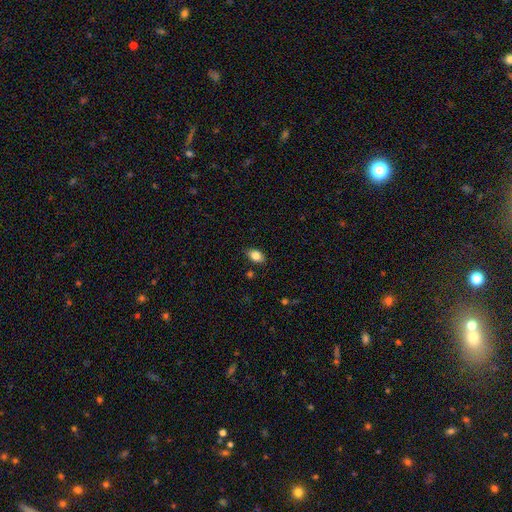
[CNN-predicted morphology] Smooth or featured? Predicted: smooth (p=0.84). How rounded? Predicted: in between (p=0.87). Merging? Predicted: none (p=0.85).